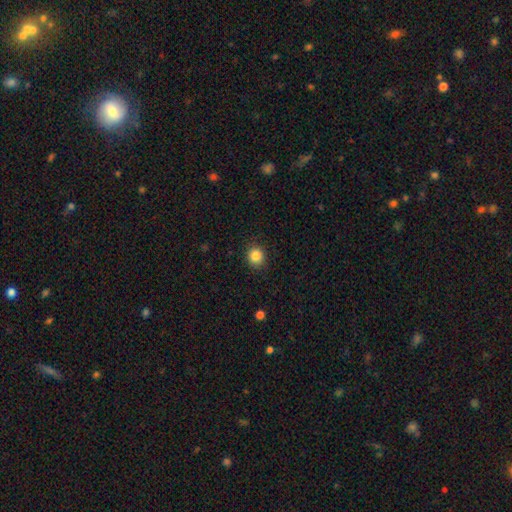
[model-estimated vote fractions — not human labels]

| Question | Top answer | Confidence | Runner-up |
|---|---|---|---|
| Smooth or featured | smooth | 85% | star or artifact (10%) |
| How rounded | round | 84% | in between (15%) |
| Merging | none | 89% | minor disturbance (7%) |